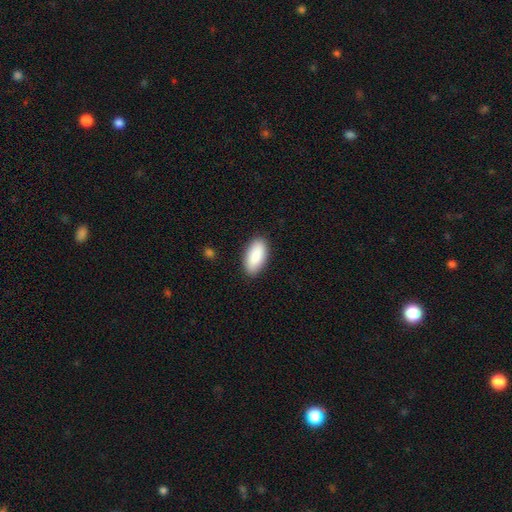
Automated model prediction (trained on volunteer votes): Smooth or featured? Predicted: smooth (p=0.90). How rounded? Predicted: in between (p=0.91). Merging? Predicted: none (p=0.89).